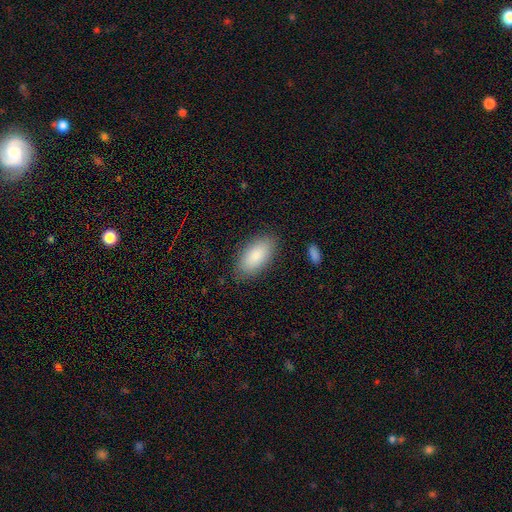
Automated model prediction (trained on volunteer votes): This appears to be a smooth galaxy with no disk features (86%) that is in between round and cigar-shaped (93%). Merging: none (84%).